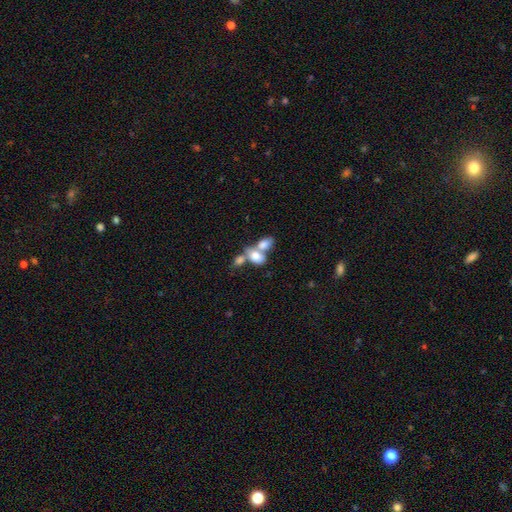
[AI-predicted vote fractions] Morphology: type=smooth (74%); roundness=in between (83%); merging=merger (67%).